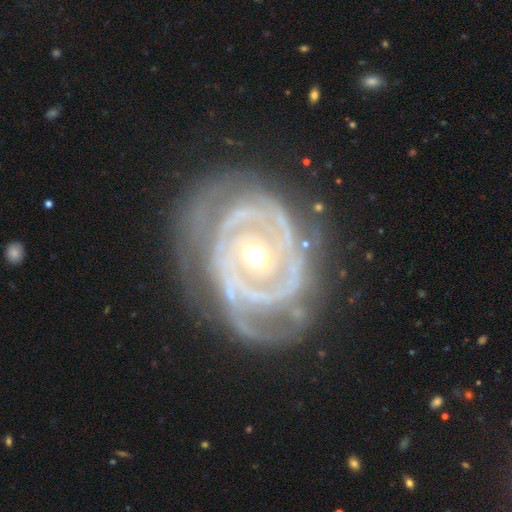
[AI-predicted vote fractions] The model was most divided on "spiral arm count": 2: 31%, 3: 24%, can't tell: 23%, 4: 8%, 1: 7%, more than 4: 7%. More confident: edge-on disk — no (97%); spiral arms — yes (95%); smooth or featured — featured or disk (91%); spiral winding — tight (75%); bulge size — moderate (68%); bar — no (66%); merging — none (64%).